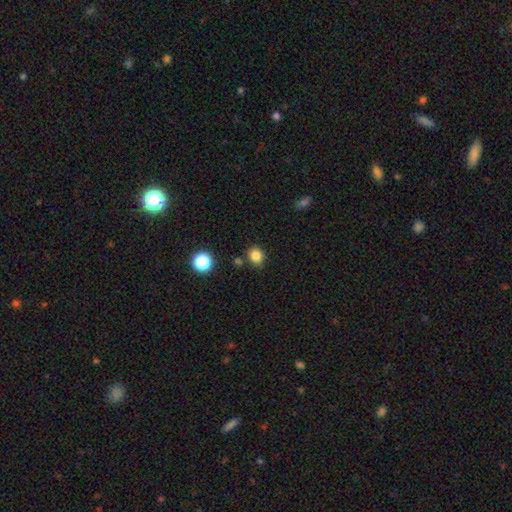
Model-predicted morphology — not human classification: Smooth or featured? smooth (82%)
How rounded? round (71%)
Merging? none (79%)